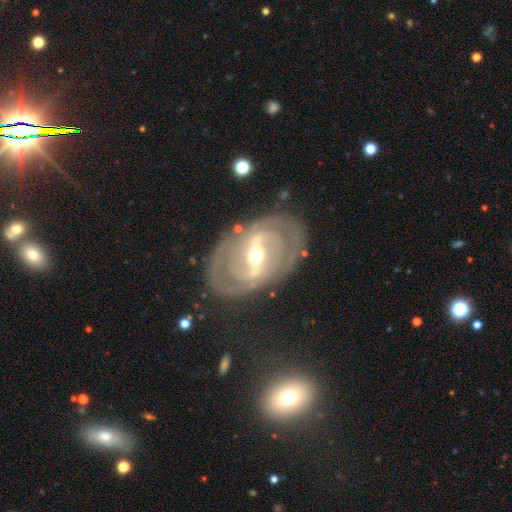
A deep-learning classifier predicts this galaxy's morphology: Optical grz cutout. It shows a featured or disk galaxy (87%) with a strong bar (65%), 2 (61%) tight (58%) spiral arms (87%) and a moderate central bulge (54%). Merging: none (77%).